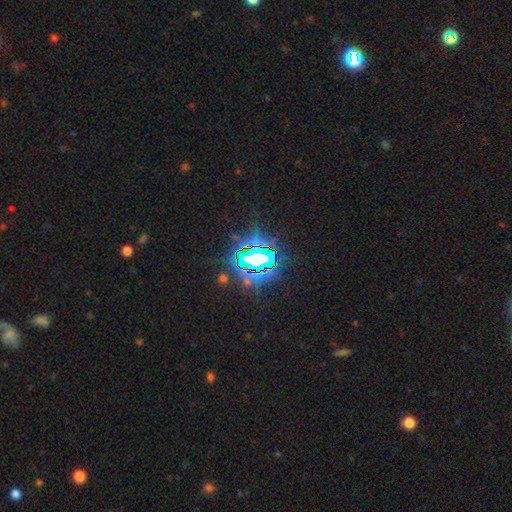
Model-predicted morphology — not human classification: smooth-or-featured: star or artifact: 74% | smooth: 14% | featured or disk: 12%